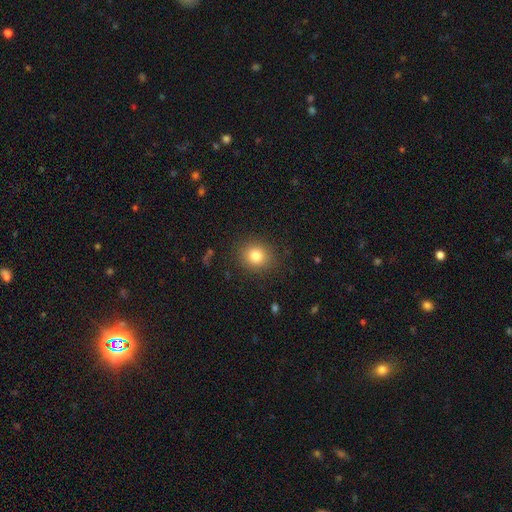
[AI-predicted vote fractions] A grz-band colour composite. It shows a smooth galaxy with no disk features (81%) that is round (76%). Merging: none (88%).